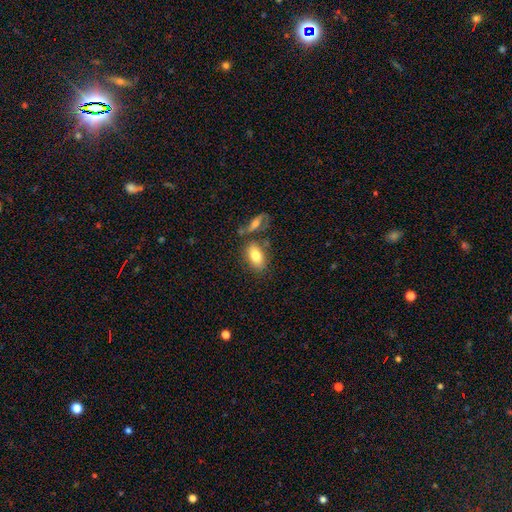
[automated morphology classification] Smooth or featured? Predicted: smooth (p=0.78). How rounded? Predicted: in between (p=0.90). Merging? Predicted: none (p=0.64).